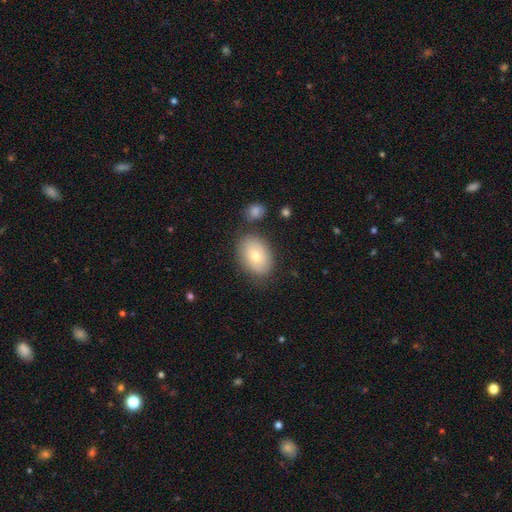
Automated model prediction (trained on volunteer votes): smooth_or_featured: smooth (p=0.69) [alt: featured or disk p=0.23]
how_rounded: in between (p=0.81) [alt: round p=0.18]
merging: none (p=0.76) [alt: minor disturbance p=0.15]